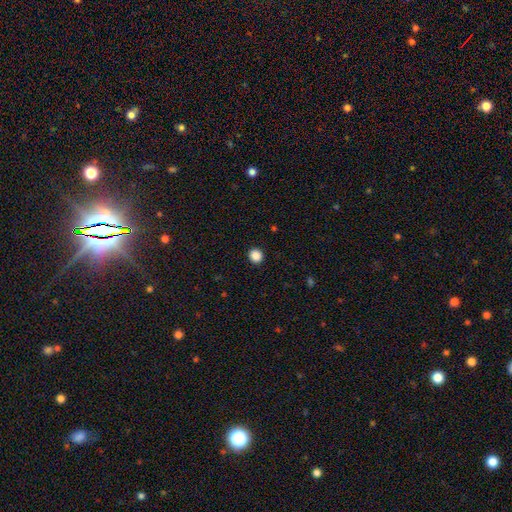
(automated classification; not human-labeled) A smooth galaxy with no disk features (88%) that is round (88%). Merging: none (93%).